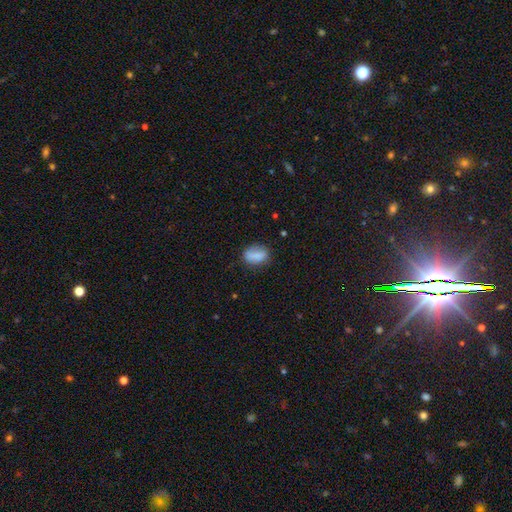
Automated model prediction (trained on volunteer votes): This is clearly a smooth galaxy (80%). How rounded: likely in between (79%). Merging: likely none (71%).